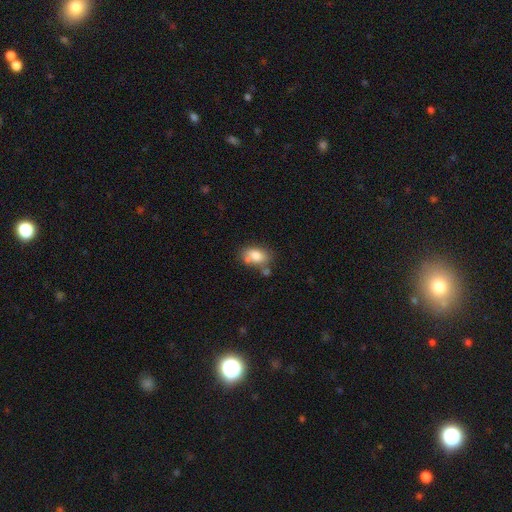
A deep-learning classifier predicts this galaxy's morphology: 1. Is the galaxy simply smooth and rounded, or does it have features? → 77% smooth, 14% featured or disk, 9% star or artifact.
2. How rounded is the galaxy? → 83% in between, 15% round, 2% cigar-shaped.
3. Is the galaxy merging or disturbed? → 50% none, 22% minor disturbance, 20% merger, 7% major disturbance.